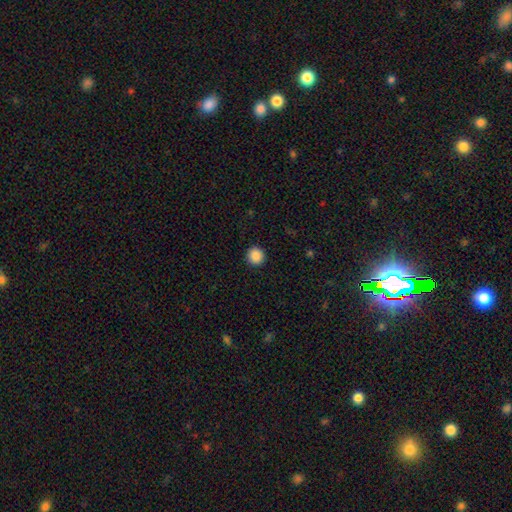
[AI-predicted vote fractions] smooth_or_featured: smooth (p=0.88) [alt: star or artifact p=0.09]
how_rounded: round (p=0.94) [alt: in between p=0.05]
merging: none (p=0.92) [alt: minor disturbance p=0.05]